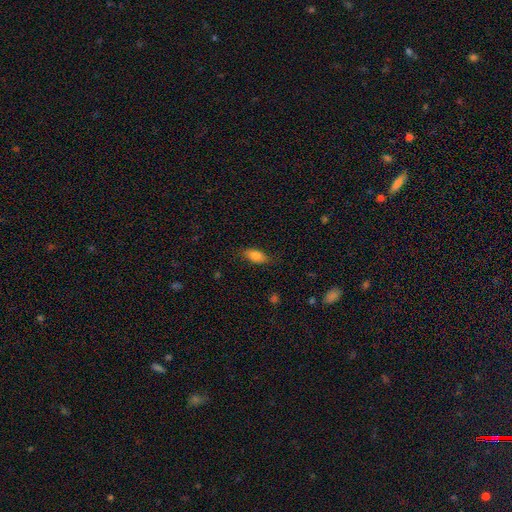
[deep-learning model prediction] Overall: smooth (79%). How rounded: in between (86%). Merging: none (81%).